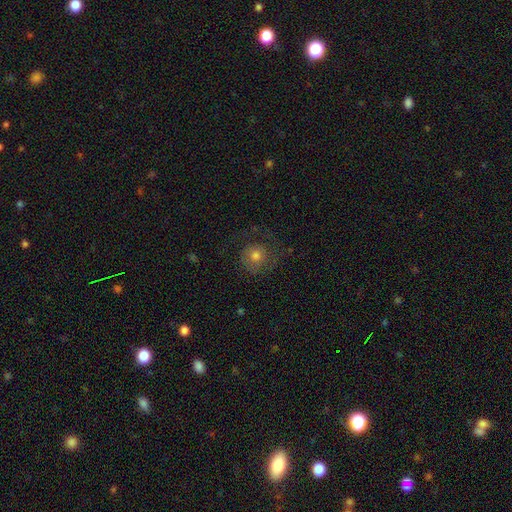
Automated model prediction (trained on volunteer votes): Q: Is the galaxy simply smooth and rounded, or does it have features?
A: smooth — 63%.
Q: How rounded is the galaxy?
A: round — 90%.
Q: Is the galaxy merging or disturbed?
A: none — 61%.